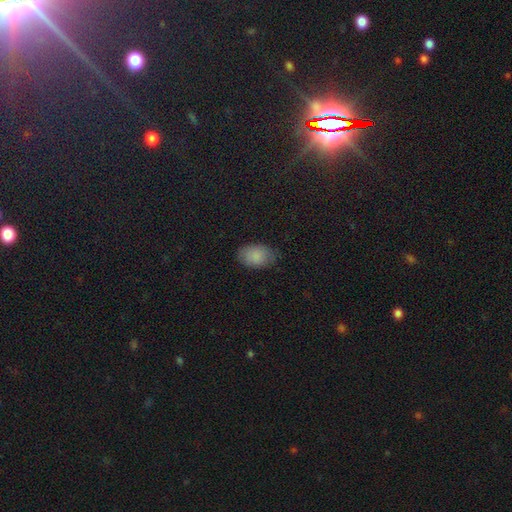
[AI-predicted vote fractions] Smooth or featured? smooth (86%)
How rounded? in between (89%)
Merging? none (74%)